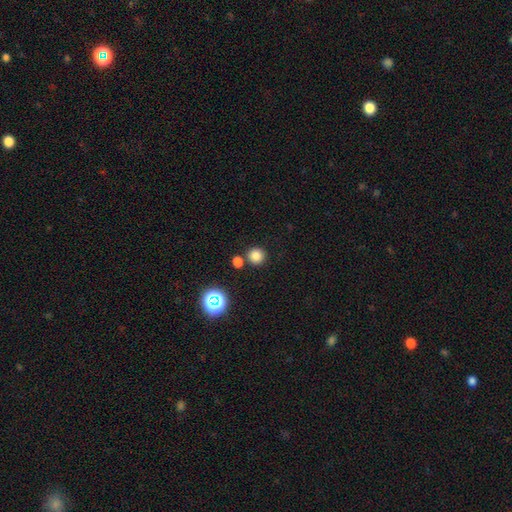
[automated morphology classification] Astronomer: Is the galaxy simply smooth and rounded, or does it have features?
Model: smooth — 80%.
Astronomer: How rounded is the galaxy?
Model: round — 93%.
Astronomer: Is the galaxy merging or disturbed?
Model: none — 80%.